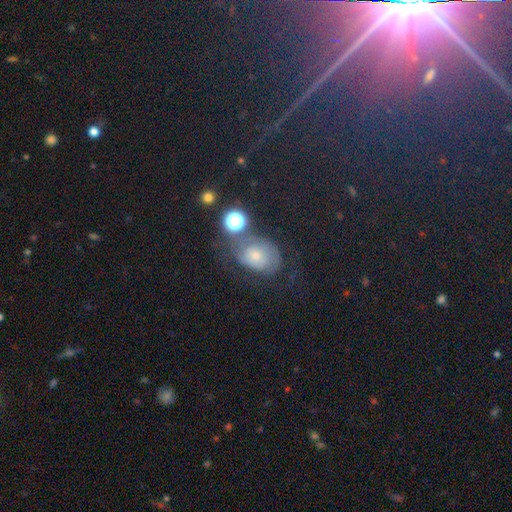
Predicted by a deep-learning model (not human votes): This is marginally a smooth galaxy (43%). Merging: marginally none (43%).